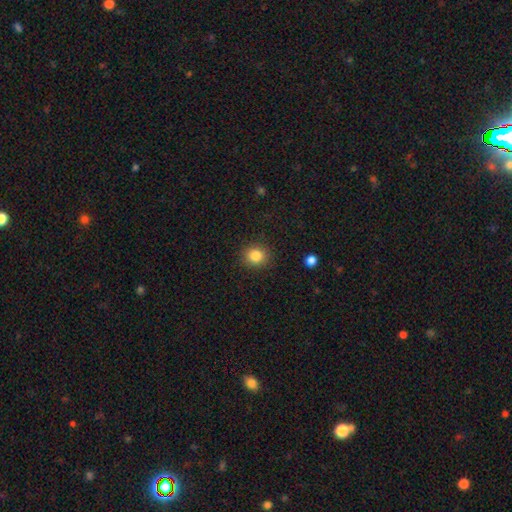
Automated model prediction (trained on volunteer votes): This appears to be a smooth galaxy with no disk features (84%) that is round (82%). Merging: none (89%).